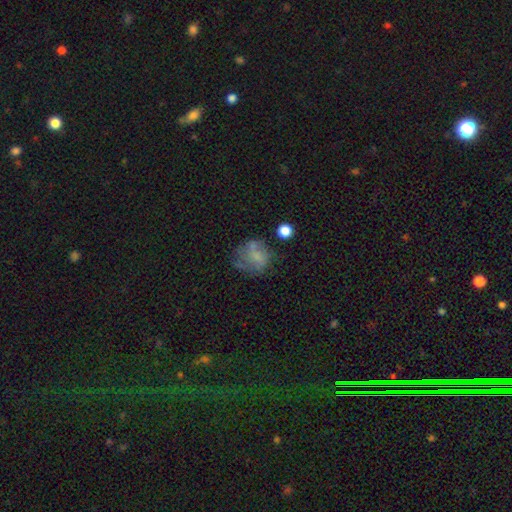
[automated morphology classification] Smooth or featured: smooth — 47% (featured or disk — 39%)
Merging: none — 46% (minor disturbance — 24%)